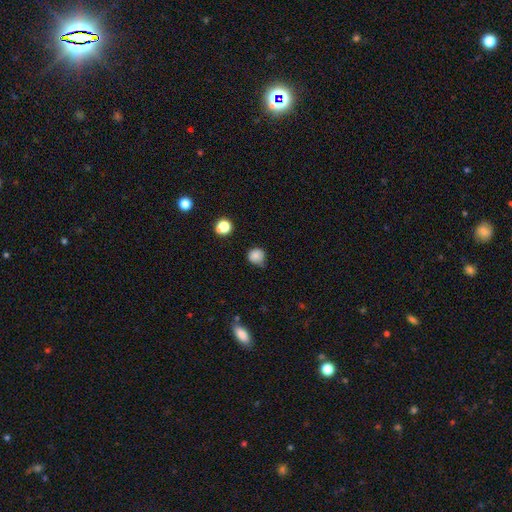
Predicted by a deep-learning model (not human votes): smooth-or-featured: smooth: 84% | star or artifact: 12% | featured or disk: 5%
  how-rounded: round: 90% | in between: 9% | cigar-shaped: 1%
  merging: none: 69% | minor disturbance: 24% | major disturbance: 4% | merger: 3%